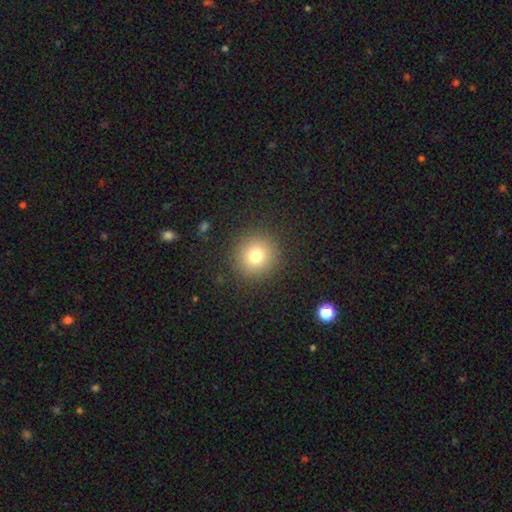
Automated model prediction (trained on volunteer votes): Smooth or featured?
  - smooth: 76% *
  - star or artifact: 14%
  - featured or disk: 9%
How rounded?
  - round: 94% *
  - in between: 5%
  - cigar-shaped: 1%
Merging?
  - none: 90% *
  - minor disturbance: 6%
  - major disturbance: 3%
  - merger: 1%